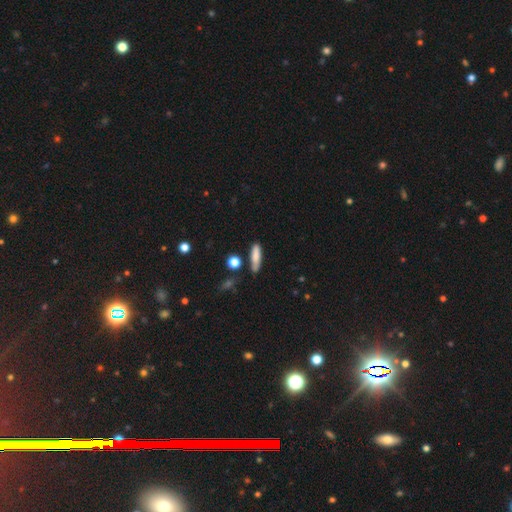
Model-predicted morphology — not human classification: The model was most divided on "how rounded": cigar-shaped: 69%, in between: 28%, round: 3%. More confident: smooth or featured — smooth (81%); merging — none (75%).